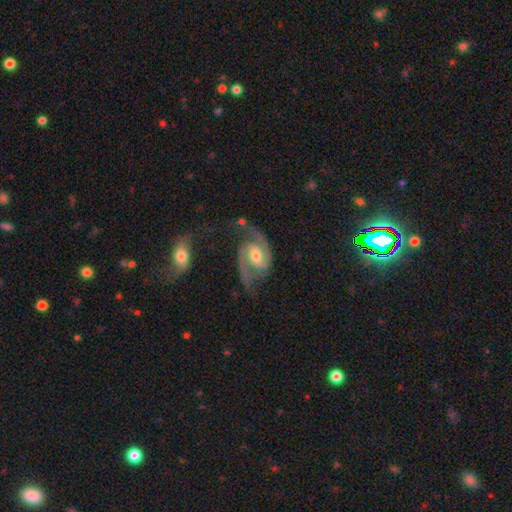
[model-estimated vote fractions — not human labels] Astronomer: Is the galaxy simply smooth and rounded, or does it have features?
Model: featured or disk — 91%.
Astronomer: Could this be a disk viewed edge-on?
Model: no — 98%.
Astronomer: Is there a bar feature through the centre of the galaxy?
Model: weak — 44% (runner-up: no, 41%).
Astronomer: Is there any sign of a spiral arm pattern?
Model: yes — 98%.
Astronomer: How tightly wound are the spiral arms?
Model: medium — 56%.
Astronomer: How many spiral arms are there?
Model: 2 — 92%.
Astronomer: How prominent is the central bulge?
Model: moderate — 63%.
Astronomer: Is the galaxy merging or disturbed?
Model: none — 64%.